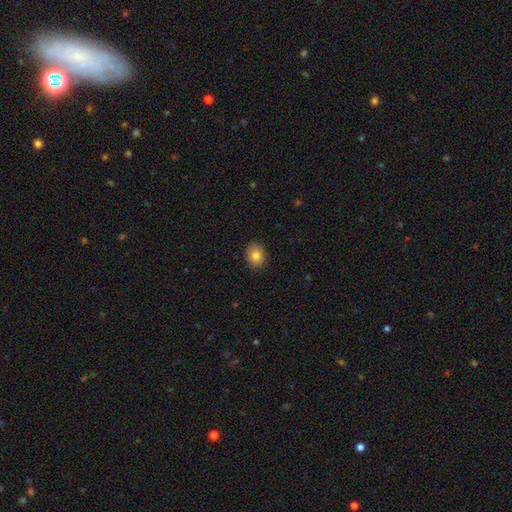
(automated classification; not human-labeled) The model was most divided on "how rounded": round: 54%, in between: 45%, cigar-shaped: 1%. More confident: merging — none (89%); smooth or featured — smooth (82%).